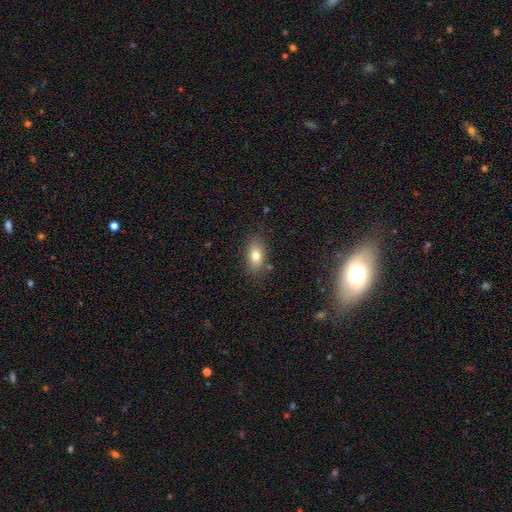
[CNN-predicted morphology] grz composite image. It shows a smooth galaxy with no disk features (78%) that is in between round and cigar-shaped (86%). Merging: none (81%).